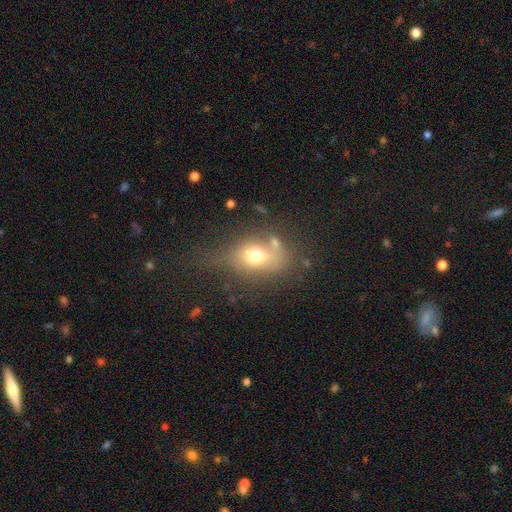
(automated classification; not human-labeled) Morphology: type=smooth (63%); roundness=in between (62%); merging=none (42%).